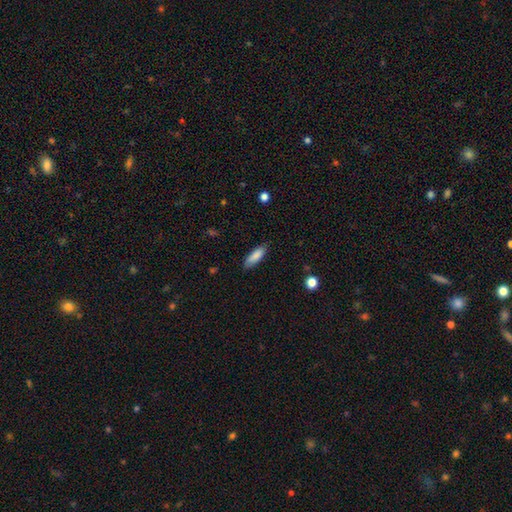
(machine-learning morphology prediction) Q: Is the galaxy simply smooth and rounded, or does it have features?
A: smooth — 85%.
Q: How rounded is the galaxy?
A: in between — 56%.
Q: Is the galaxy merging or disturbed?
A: none — 81%.